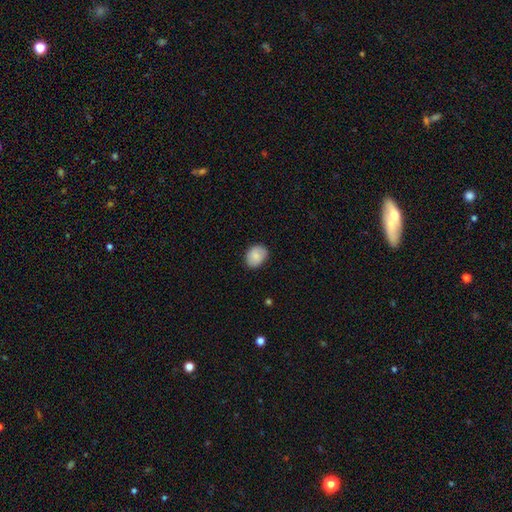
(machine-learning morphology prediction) A smooth galaxy with no disk features (86%) that is in between round and cigar-shaped (61%). Merging: none (84%).